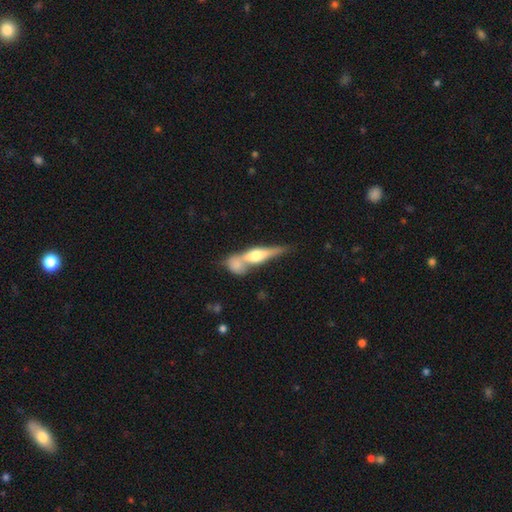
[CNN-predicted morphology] smooth-or-featured: featured or disk: 54% | smooth: 40% | star or artifact: 6%
  disk-edge-on: yes: 88% | no: 12%
  merging: merger: 48% | none: 35% | minor disturbance: 11% | major disturbance: 5%